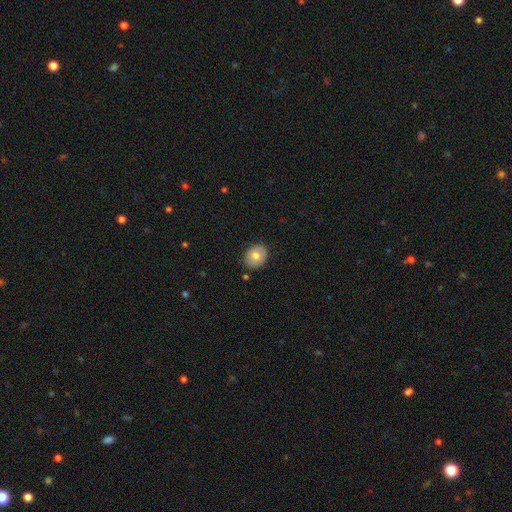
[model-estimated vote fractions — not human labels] Overall: smooth (75%). How rounded: round (50%; in between 49%). Merging: none (86%).